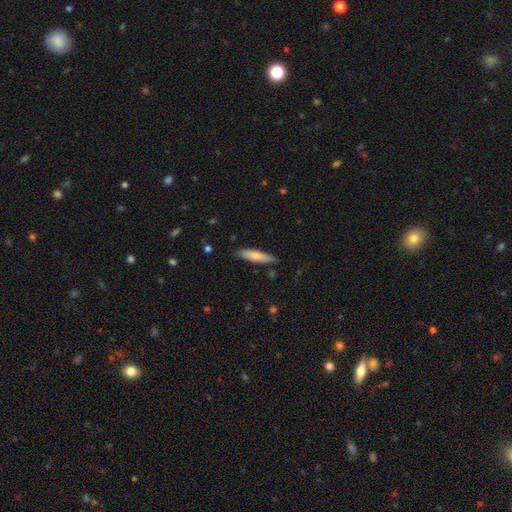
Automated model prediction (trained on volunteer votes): Overall: smooth (78%). How rounded: cigar-shaped (81%). Merging: none (85%).